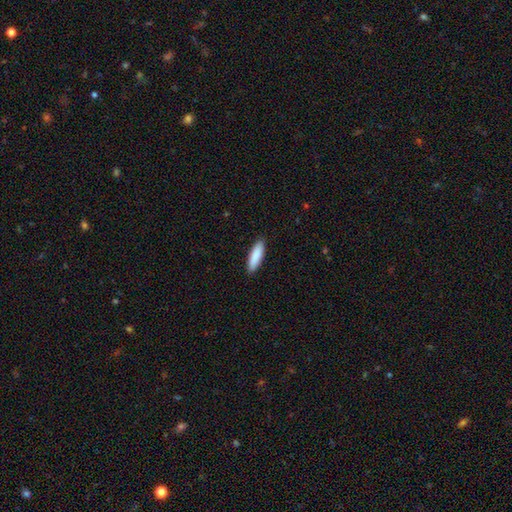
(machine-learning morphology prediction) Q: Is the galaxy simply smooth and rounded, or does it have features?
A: smooth — 89%.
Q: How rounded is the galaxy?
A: cigar-shaped — 57%.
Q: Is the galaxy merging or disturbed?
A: none — 90%.